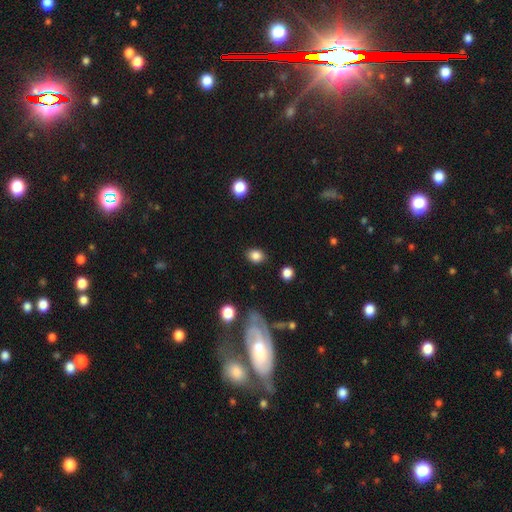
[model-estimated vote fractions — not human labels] smooth 84%, star or artifact 10%, featured or disk 5%. Down the decision tree: how rounded — in between (54%); merging — none (85%).